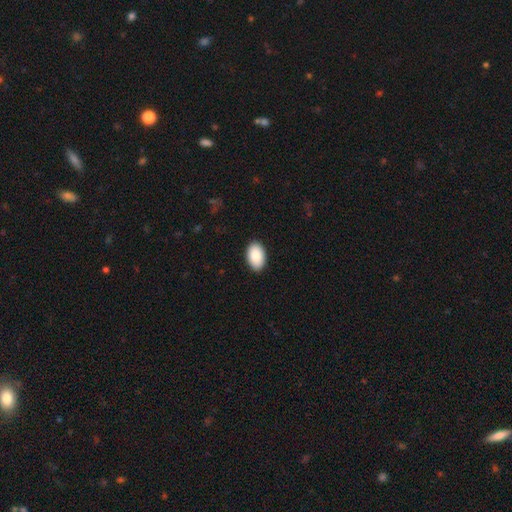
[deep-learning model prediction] Smooth or featured?
  - smooth: 88% *
  - star or artifact: 6%
  - featured or disk: 5%
How rounded?
  - in between: 93% *
  - round: 6%
  - cigar-shaped: 1%
Merging?
  - none: 90% *
  - minor disturbance: 8%
  - major disturbance: 2%
  - merger: 1%